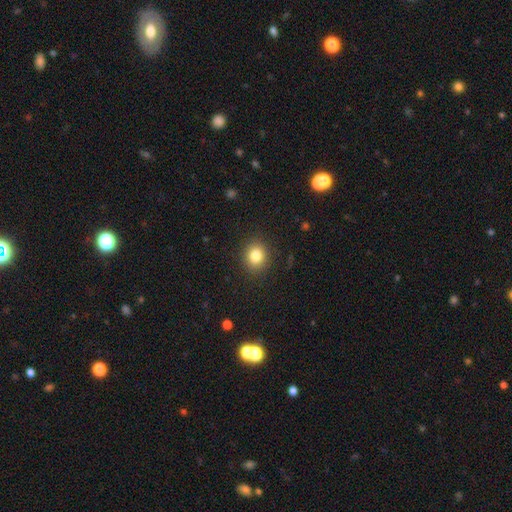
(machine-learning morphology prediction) Overall: smooth (82%). How rounded: round (71%). Merging: none (89%).